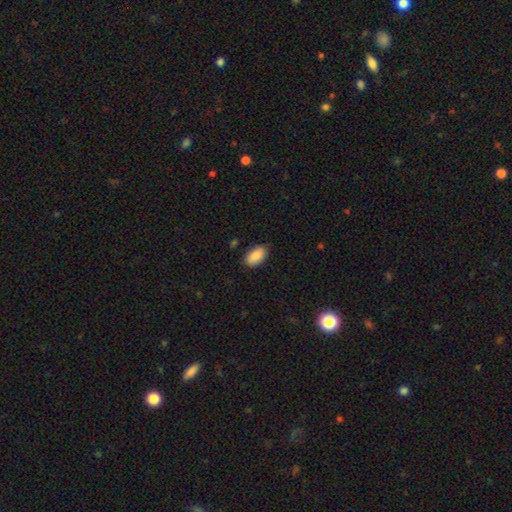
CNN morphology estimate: smooth_or_featured: smooth (p=0.88) [alt: star or artifact p=0.07]
how_rounded: in between (p=0.94) [alt: round p=0.04]
merging: none (p=0.85) [alt: minor disturbance p=0.12]